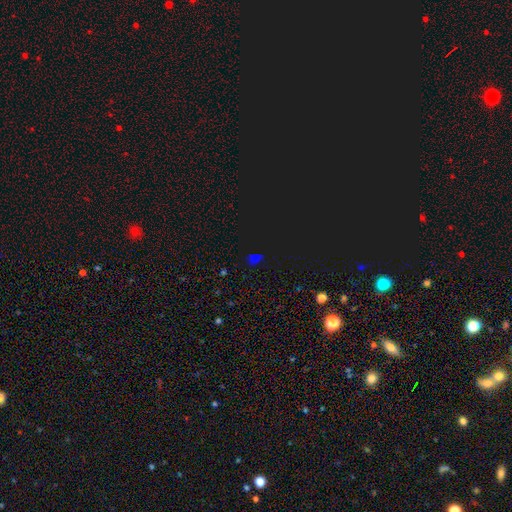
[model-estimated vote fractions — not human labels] smooth-or-featured: star or artifact: 66% | smooth: 27% | featured or disk: 7%